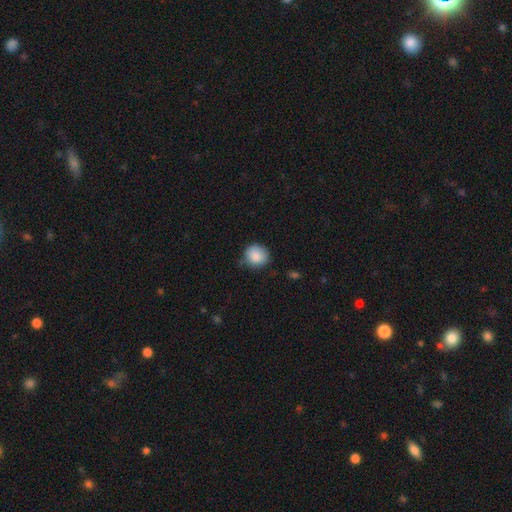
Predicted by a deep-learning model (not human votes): smooth 87%, star or artifact 8%, featured or disk 5%. Down the decision tree: how rounded — round (85%); merging — none (75%).